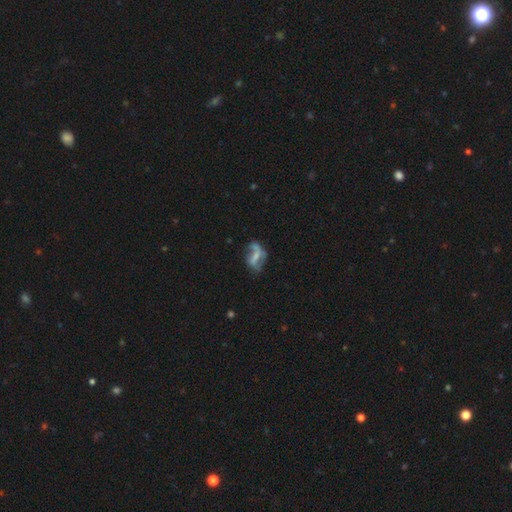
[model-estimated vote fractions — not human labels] Smooth or featured: featured or disk — 63% (smooth — 27%)
Edge-on disk: no — 95% (yes — 5%)
Bar: weak — 35% (tied with strong — 35%)
Spiral arms: yes — 65% (no — 35%)
Bulge size: none — 45% (small — 29%)
Merging: none — 40% (major disturbance — 29%)